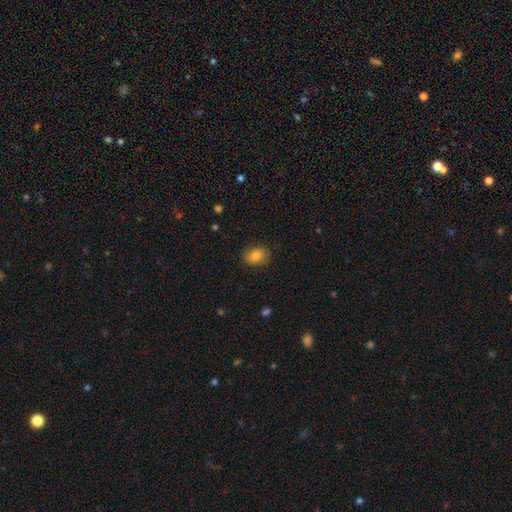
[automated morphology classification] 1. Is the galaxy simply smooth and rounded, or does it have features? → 80% smooth, 11% featured or disk, 9% star or artifact.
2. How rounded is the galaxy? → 71% in between, 28% round, 1% cigar-shaped.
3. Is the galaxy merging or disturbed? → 84% none, 12% minor disturbance, 3% major disturbance, 1% merger.